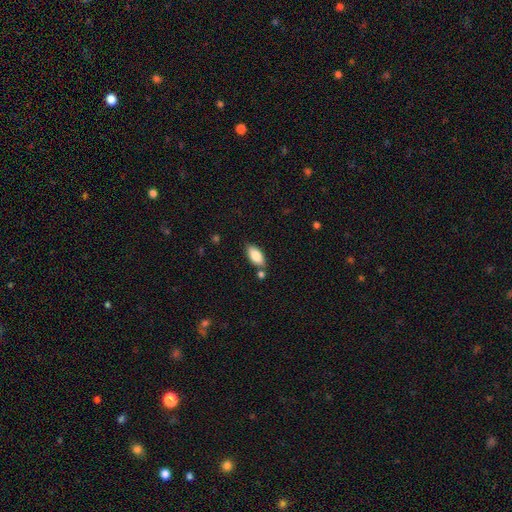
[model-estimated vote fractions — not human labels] smooth_or_featured: smooth (p=0.84) [alt: featured or disk p=0.09]
how_rounded: in between (p=0.90) [alt: cigar-shaped p=0.07]
merging: none (p=0.76) [alt: minor disturbance p=0.13]